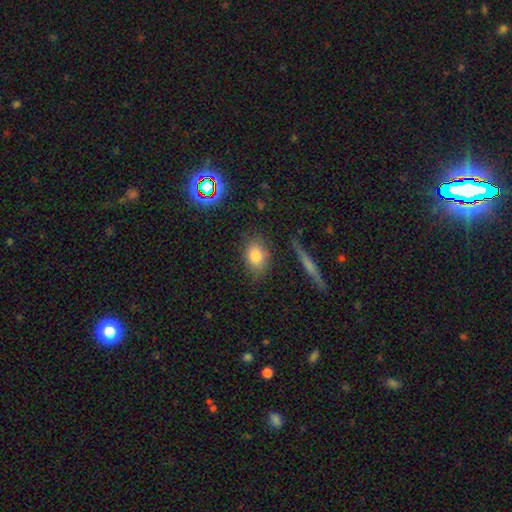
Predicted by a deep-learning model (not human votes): Smooth or featured? smooth (80%)
How rounded? in between (71%)
Merging? none (78%)